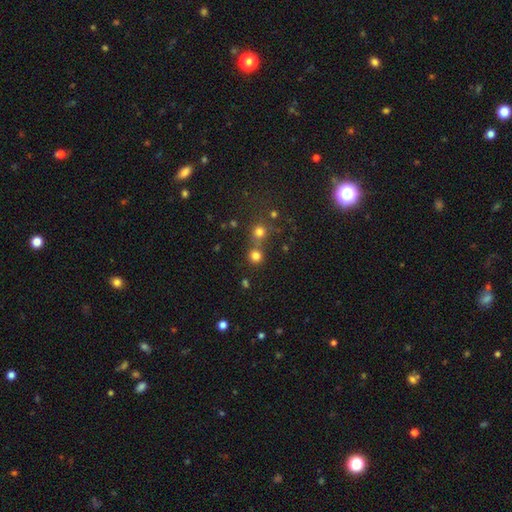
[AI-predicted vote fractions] Smooth or featured? smooth (77%)
How rounded? round (90%)
Merging? none (66%)